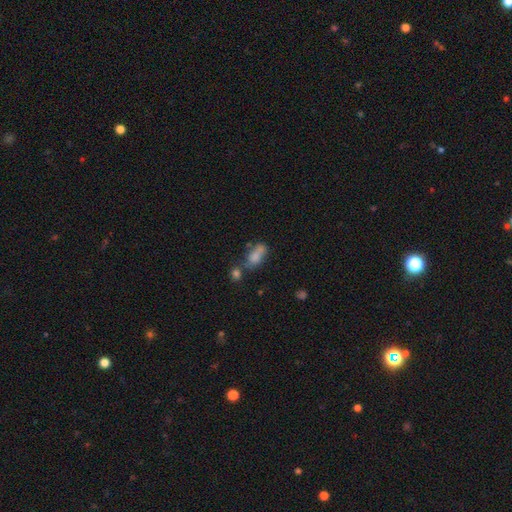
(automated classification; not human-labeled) smooth-or-featured: smooth: 75% | featured or disk: 14% | star or artifact: 11%
  how-rounded: in between: 81% | cigar-shaped: 12% | round: 7%
  merging: none: 37% | merger: 29% | minor disturbance: 21% | major disturbance: 13%